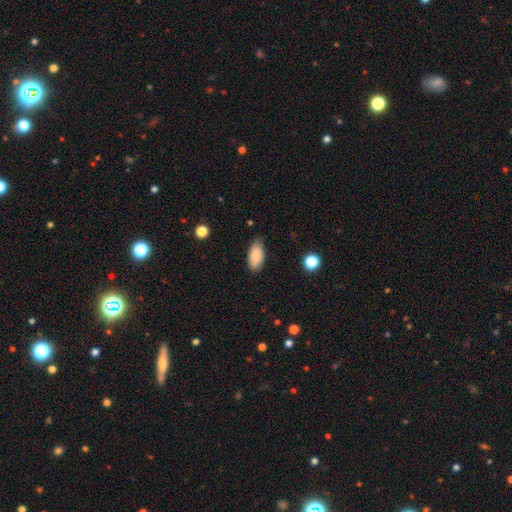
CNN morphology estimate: Smooth or featured: smooth — 87% (star or artifact — 7%)
How rounded: in between — 93% (cigar-shaped — 5%)
Merging: none — 78% (minor disturbance — 17%)